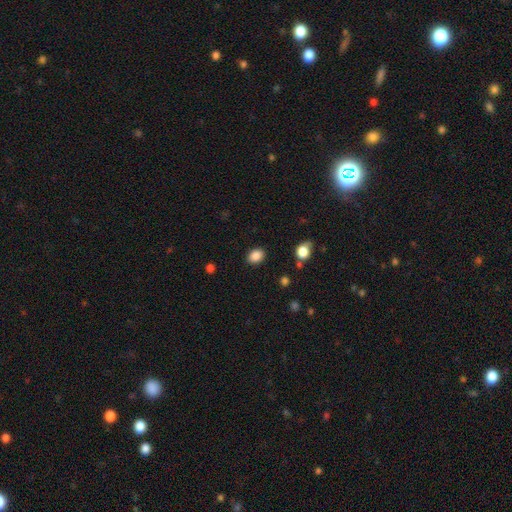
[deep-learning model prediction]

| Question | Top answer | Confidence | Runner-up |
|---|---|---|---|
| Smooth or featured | smooth | 87% | star or artifact (9%) |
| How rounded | in between | 64% | round (36%) |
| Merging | none | 87% | minor disturbance (9%) |